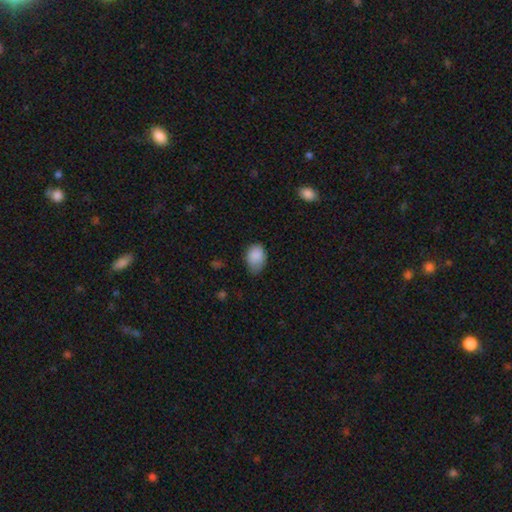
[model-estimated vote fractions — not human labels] smooth 86%, star or artifact 8%, featured or disk 6%. Down the decision tree: how rounded — in between (77%); merging — none (51%).